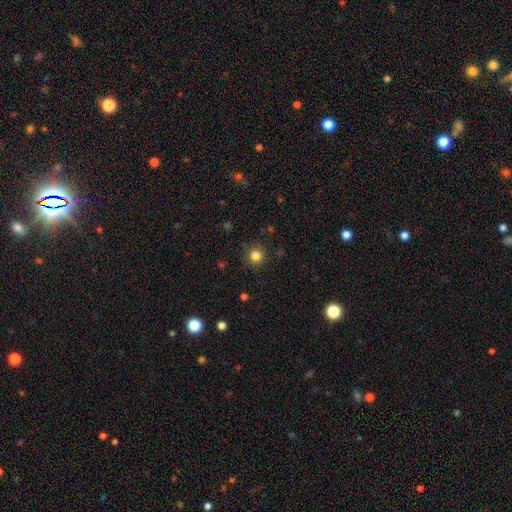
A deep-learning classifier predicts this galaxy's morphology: Overall: smooth (83%). How rounded: round (93%). Merging: none (88%).